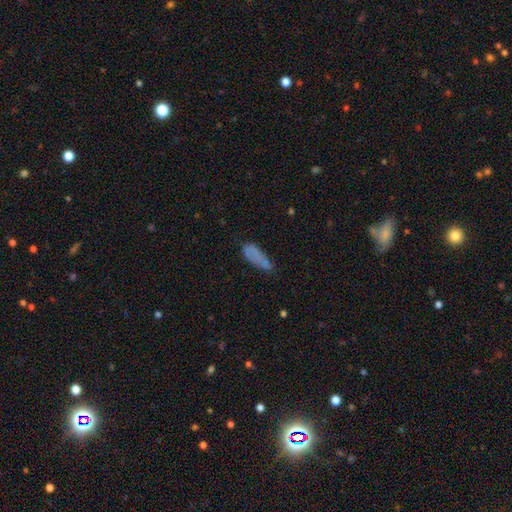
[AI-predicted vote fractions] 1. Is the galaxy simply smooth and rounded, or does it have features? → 67% smooth, 19% featured or disk, 13% star or artifact.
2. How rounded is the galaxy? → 56% in between, 41% cigar-shaped, 3% round.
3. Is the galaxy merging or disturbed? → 48% none, 28% minor disturbance, 17% major disturbance, 7% merger.